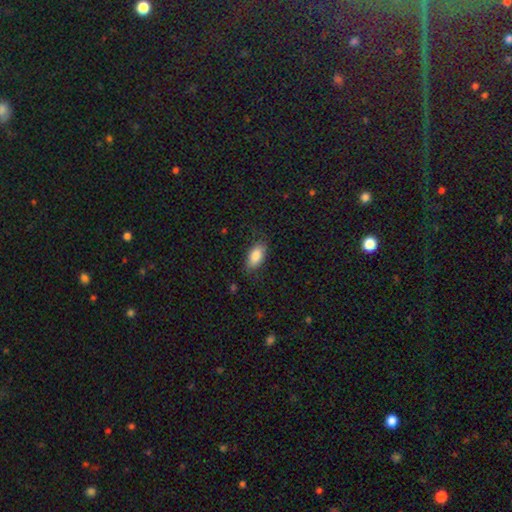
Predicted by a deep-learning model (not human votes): The model was most divided on "merging": none: 79%, minor disturbance: 15%, major disturbance: 4%, merger: 1%. More confident: how rounded — in between (90%); smooth or featured — smooth (83%).